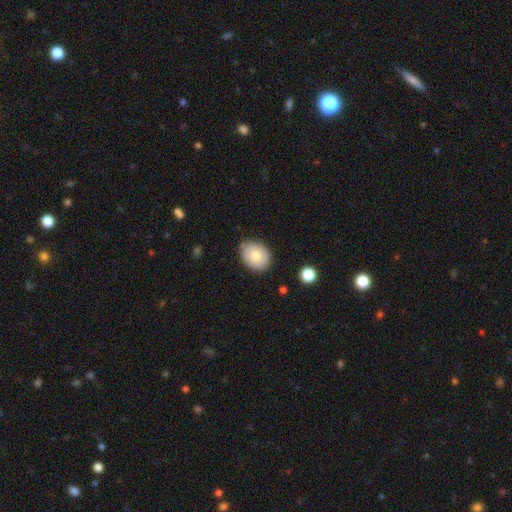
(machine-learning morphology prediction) A smooth galaxy with no disk features (76%) that is round (52%). Merging: none (79%).